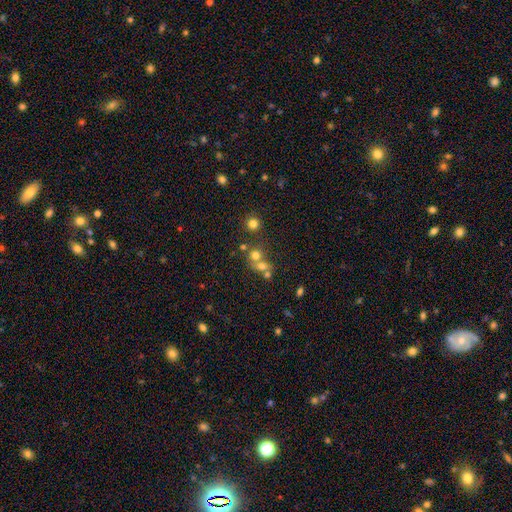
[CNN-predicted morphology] smooth-or-featured: smooth: 65% | star or artifact: 19% | featured or disk: 16%
  how-rounded: round: 79% | in between: 20% | cigar-shaped: 1%
  merging: merger: 49% | none: 40% | minor disturbance: 7% | major disturbance: 4%